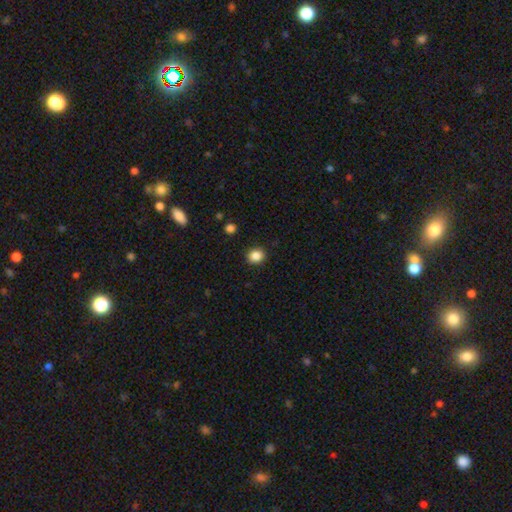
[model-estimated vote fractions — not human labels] Smooth or featured?
  - smooth: 87% *
  - star or artifact: 10%
  - featured or disk: 3%
How rounded?
  - round: 78% *
  - in between: 22%
  - cigar-shaped: 1%
Merging?
  - none: 91% *
  - minor disturbance: 6%
  - major disturbance: 2%
  - merger: 1%